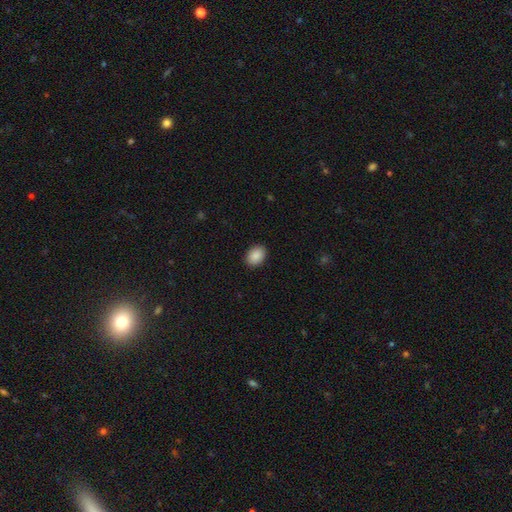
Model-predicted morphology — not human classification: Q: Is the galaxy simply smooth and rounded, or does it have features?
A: smooth — 90%.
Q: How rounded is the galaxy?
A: in between — 75%.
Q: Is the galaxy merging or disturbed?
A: none — 91%.